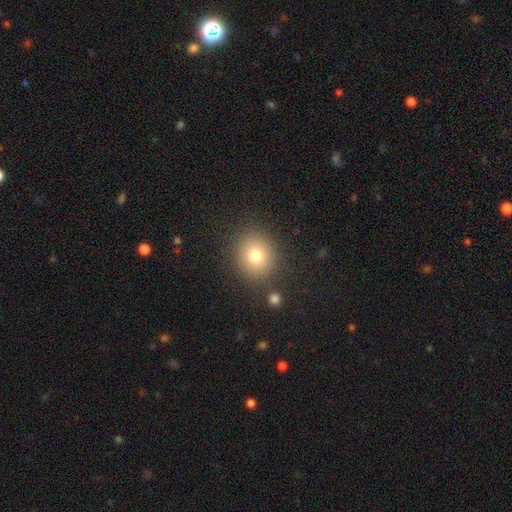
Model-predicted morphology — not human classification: The model was most divided on "how rounded": round: 78%, in between: 22%, cigar-shaped: 1%. More confident: merging — none (84%); smooth or featured — smooth (77%).